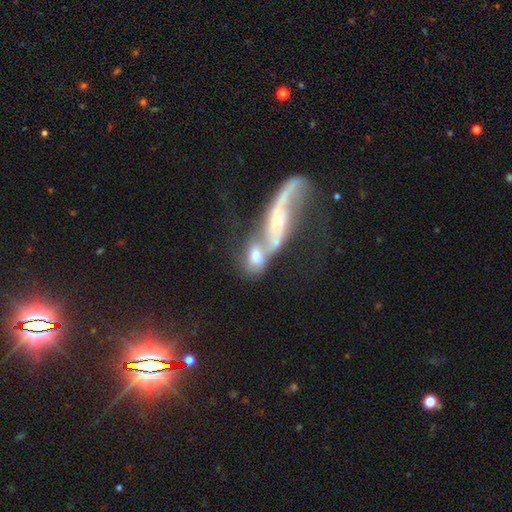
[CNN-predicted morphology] Overall: smooth (47%; featured or disk 43%). Merging: merger (67%).